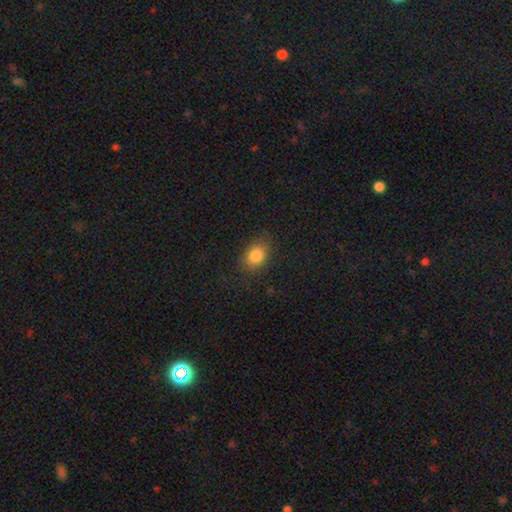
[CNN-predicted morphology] Overall: smooth (84%). How rounded: in between (69%; round 30%). Merging: none (79%).